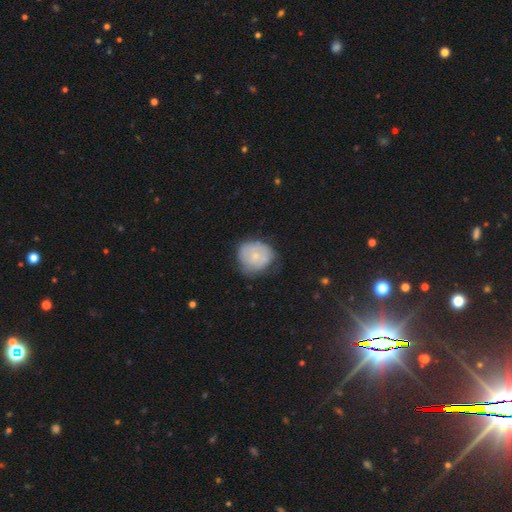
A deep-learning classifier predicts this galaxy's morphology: smooth_or_featured: smooth (p=0.60) [alt: featured or disk p=0.32]
how_rounded: round (p=0.80) [alt: in between p=0.19]
merging: none (p=0.55) [alt: minor disturbance p=0.33]